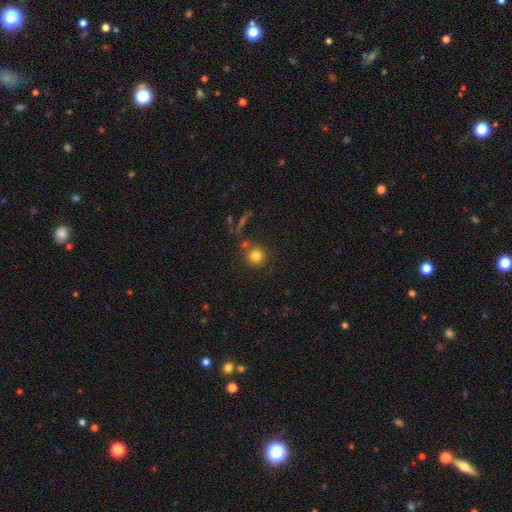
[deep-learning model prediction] A smooth galaxy with no disk features (81%) that is round (93%).

Vote fractions:
- Smooth or featured? smooth: 81% / star or artifact: 11% / featured or disk: 8%
- How rounded? round: 93% / in between: 6% / cigar-shaped: 1%
- Merging? none: 75% / merger: 11% / minor disturbance: 9% / major disturbance: 4%